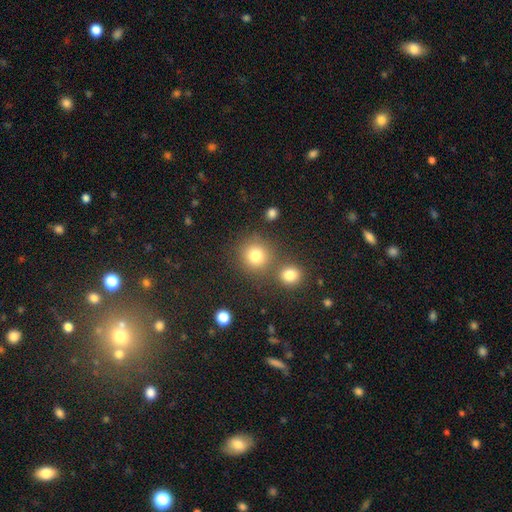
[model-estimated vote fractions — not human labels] This is likely a smooth galaxy (80%). How rounded: clearly round (89%). Merging: likely none (69%).